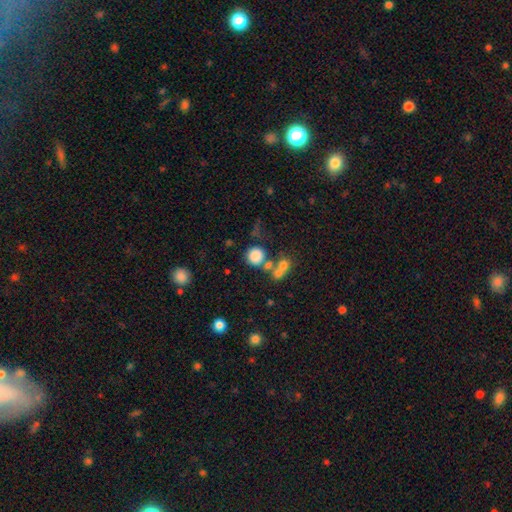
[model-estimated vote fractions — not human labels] Smooth or featured? smooth (78%)
How rounded? round (89%)
Merging? none (57%)